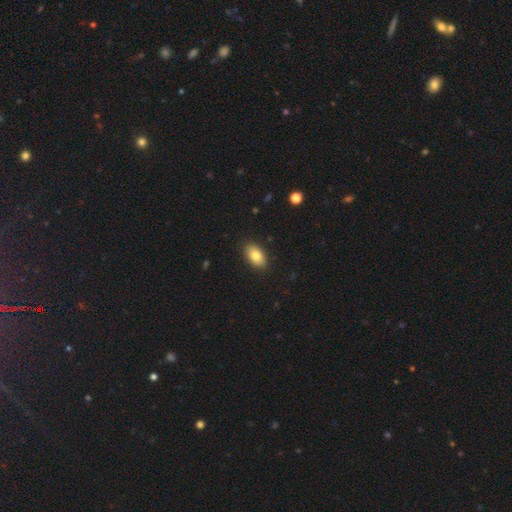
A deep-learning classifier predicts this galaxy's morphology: Smooth or featured: smooth — 81% (featured or disk — 11%)
How rounded: in between — 92% (round — 6%)
Merging: none — 89% (minor disturbance — 8%)